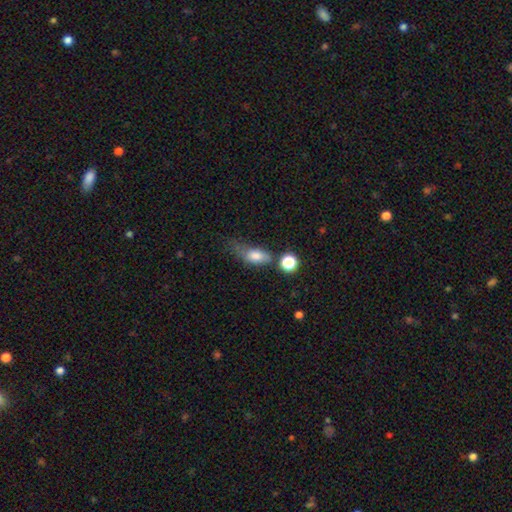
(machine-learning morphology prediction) A smooth galaxy with no disk features (75%) that is in between round and cigar-shaped (73%). Merging: minor disturbance (31%).